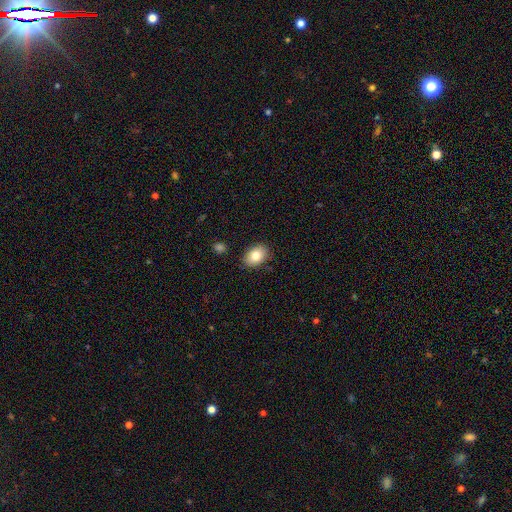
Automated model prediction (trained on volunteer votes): smooth_or_featured: smooth (p=0.82) [alt: featured or disk p=0.11]
how_rounded: in between (p=0.82) [alt: round p=0.17]
merging: none (p=0.85) [alt: minor disturbance p=0.11]